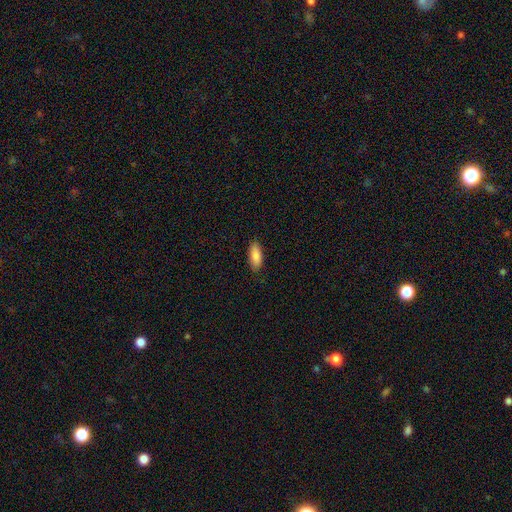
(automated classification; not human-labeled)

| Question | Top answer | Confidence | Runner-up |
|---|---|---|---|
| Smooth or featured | smooth | 89% | star or artifact (6%) |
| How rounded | in between | 83% | cigar-shaped (15%) |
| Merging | none | 87% | minor disturbance (10%) |